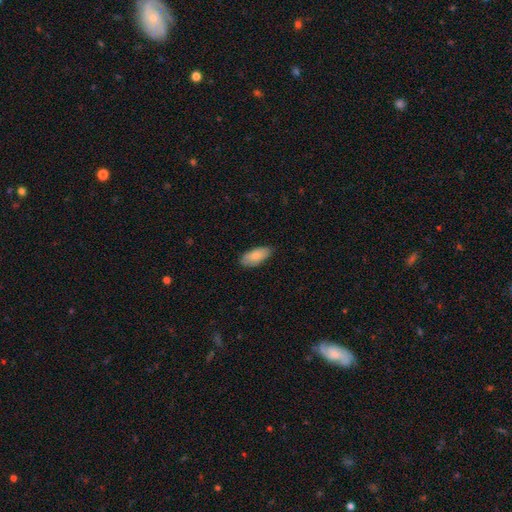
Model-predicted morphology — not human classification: Smooth or featured? Predicted: smooth (p=0.84). How rounded? Predicted: in between (p=0.88). Merging? Predicted: none (p=0.82).